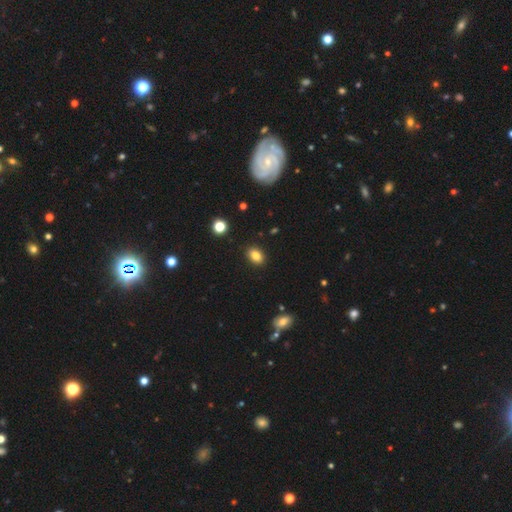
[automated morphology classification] Smooth or featured?
  - smooth: 84% *
  - star or artifact: 10%
  - featured or disk: 5%
How rounded?
  - in between: 80% *
  - round: 18%
  - cigar-shaped: 2%
Merging?
  - none: 88% *
  - minor disturbance: 8%
  - major disturbance: 2%
  - merger: 1%